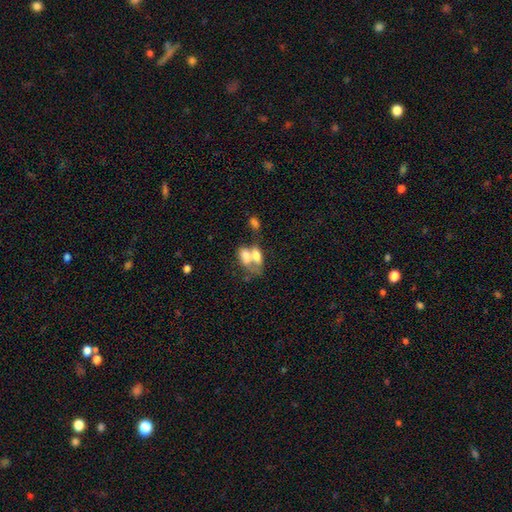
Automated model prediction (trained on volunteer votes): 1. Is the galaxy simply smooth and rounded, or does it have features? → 66% smooth, 25% featured or disk, 9% star or artifact.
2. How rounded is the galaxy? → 85% in between, 8% round, 7% cigar-shaped.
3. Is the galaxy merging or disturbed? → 67% merger, 17% none, 8% minor disturbance, 8% major disturbance.